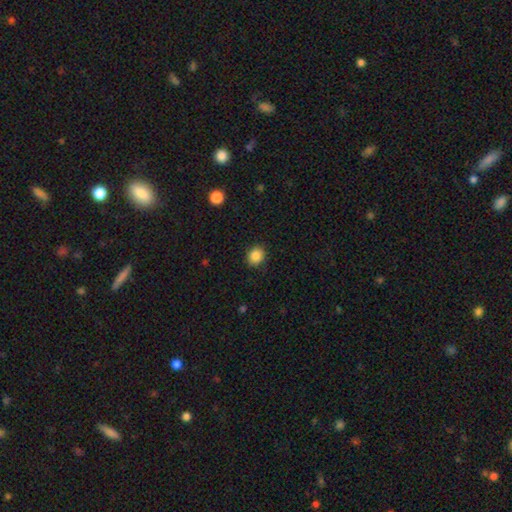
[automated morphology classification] This appears to be a smooth galaxy with no disk features (86%) that is round (73%). Merging: none (89%).